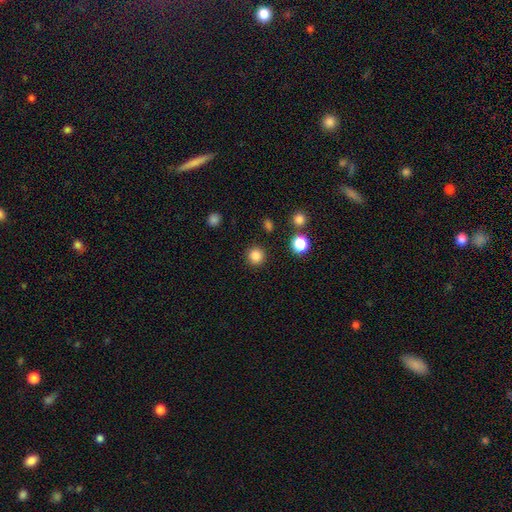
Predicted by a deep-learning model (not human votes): This appears to be a smooth galaxy with no disk features (84%) that is round (95%). Merging: none (91%).